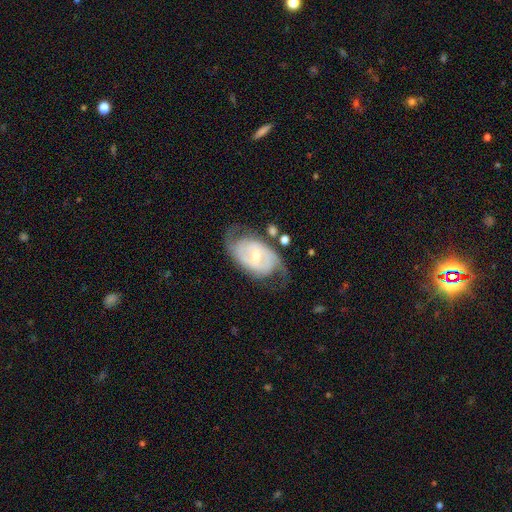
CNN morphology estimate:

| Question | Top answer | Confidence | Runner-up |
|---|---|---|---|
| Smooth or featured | featured or disk | 84% | smooth (11%) |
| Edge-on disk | no | 96% | yes (4%) |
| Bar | weak | 46% | no (38%) |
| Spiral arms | yes | 93% | no (7%) |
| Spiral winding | medium | 44% | tight (37%) |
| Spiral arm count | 2 | 82% | can't tell (10%) |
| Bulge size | small | 54% | moderate (42%) |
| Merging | none | 65% | minor disturbance (19%) |